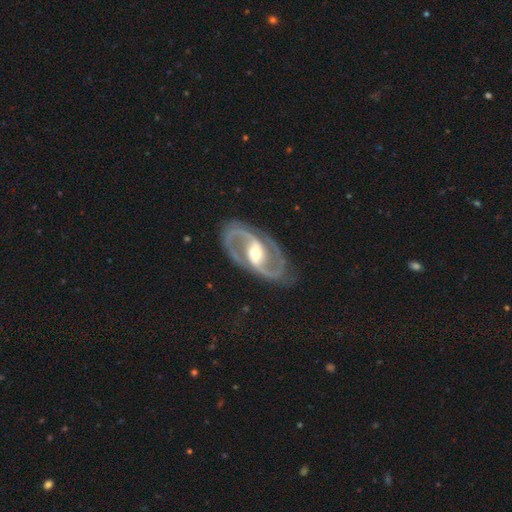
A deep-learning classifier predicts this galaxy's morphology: Overall: featured or disk (93%). Edge-on disk: no (97%). Bar: weak (40%; strong 37%). Spiral arms: yes (98%). Spiral arm count: 2 (94%). Spiral winding: medium (62%). Bulge size: moderate (70%). Merging: none (82%).